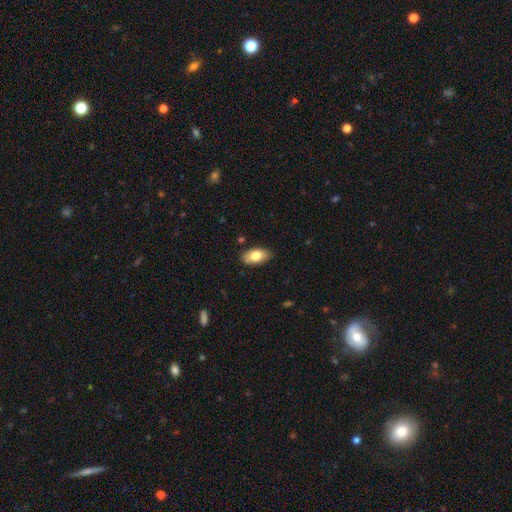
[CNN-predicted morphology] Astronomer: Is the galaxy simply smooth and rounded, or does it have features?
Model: smooth — 79%.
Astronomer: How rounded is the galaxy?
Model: in between — 92%.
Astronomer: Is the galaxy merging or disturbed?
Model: none — 83%.